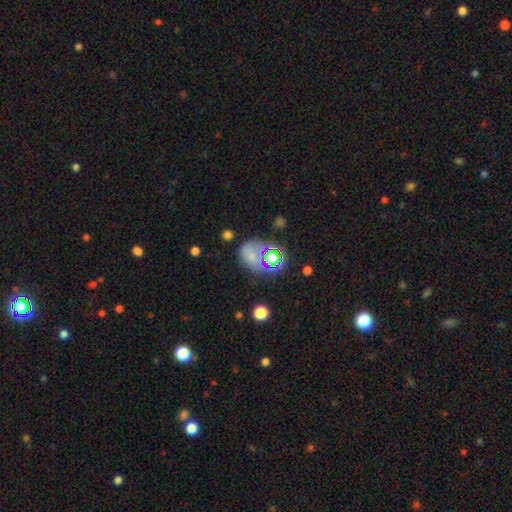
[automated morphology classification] A star or artifact, not a galaxy (46%).

Vote fractions:
- Smooth or featured? star or artifact: 46% / smooth: 34% / featured or disk: 20%